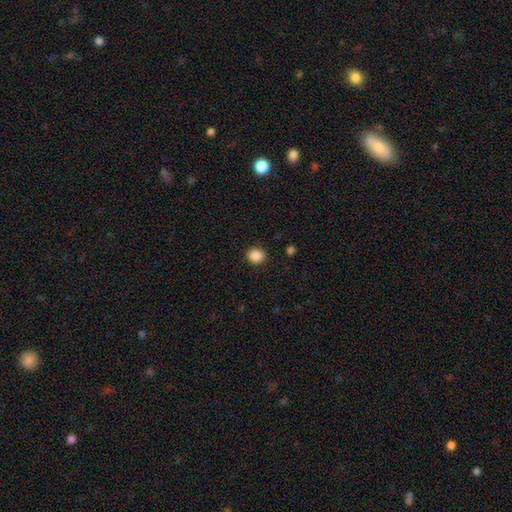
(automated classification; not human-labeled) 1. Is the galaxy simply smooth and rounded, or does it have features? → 88% smooth, 10% star or artifact, 3% featured or disk.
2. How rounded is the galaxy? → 80% round, 19% in between, 1% cigar-shaped.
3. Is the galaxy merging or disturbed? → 90% none, 7% minor disturbance, 2% major disturbance, 1% merger.